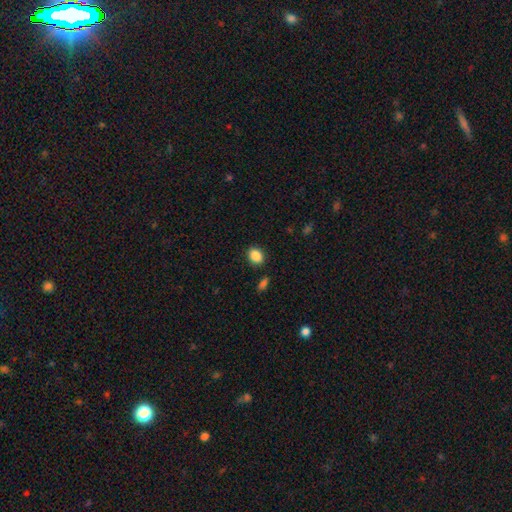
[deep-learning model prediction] A smooth galaxy with no disk features (88%) that is in between round and cigar-shaped (58%).

Vote fractions:
- Smooth or featured? smooth: 88% / star or artifact: 9% / featured or disk: 3%
- How rounded? in between: 58% / round: 41% / cigar-shaped: 1%
- Merging? none: 85% / minor disturbance: 10% / major disturbance: 3% / merger: 2%